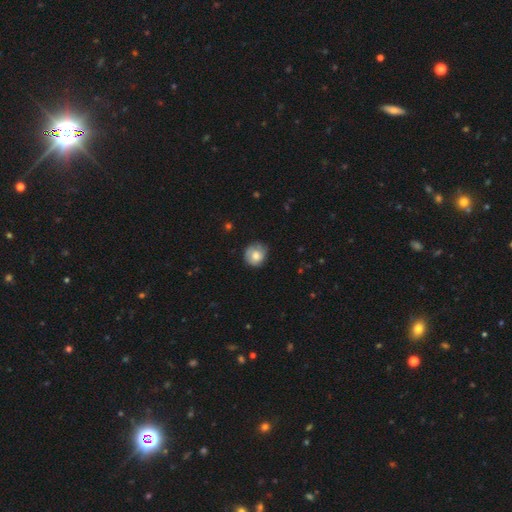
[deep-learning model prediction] A smooth galaxy with no disk features (71%) that is round (83%). Merging: none (69%).